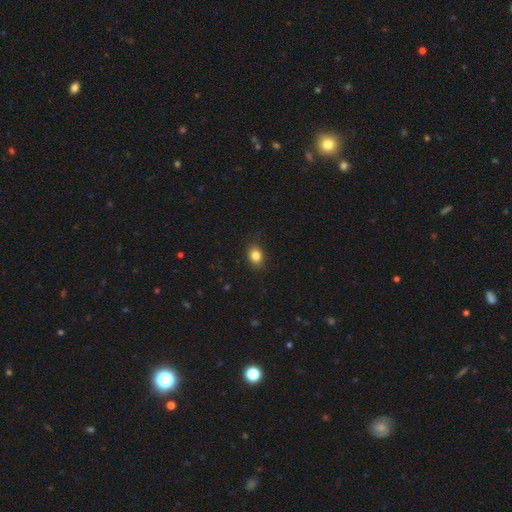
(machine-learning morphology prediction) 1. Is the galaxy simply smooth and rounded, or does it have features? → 83% smooth, 10% star or artifact, 6% featured or disk.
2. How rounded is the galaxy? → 53% in between, 45% round, 1% cigar-shaped.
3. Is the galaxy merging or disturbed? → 84% none, 12% minor disturbance, 3% major disturbance, 1% merger.